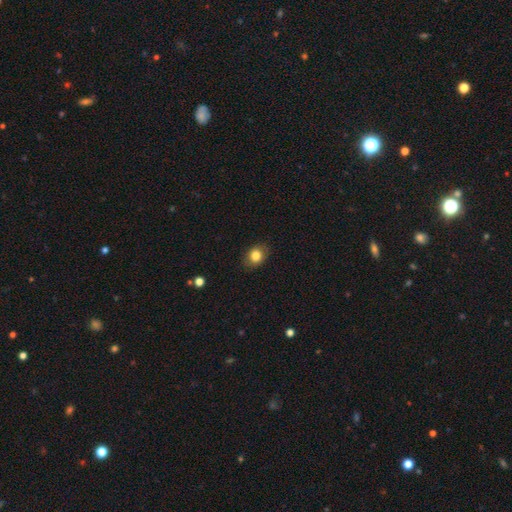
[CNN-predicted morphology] Overall: smooth (82%). How rounded: in between (50%; round 49%). Merging: none (84%).